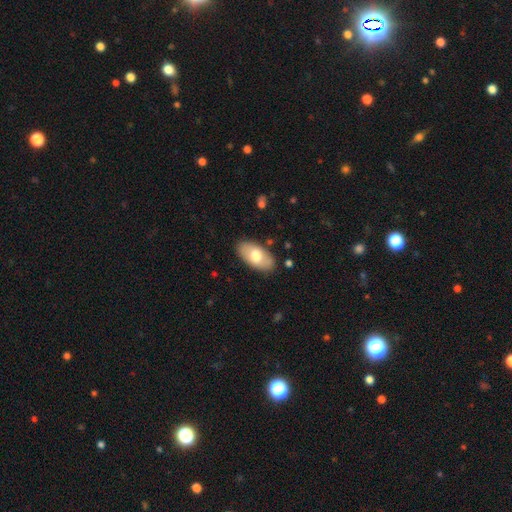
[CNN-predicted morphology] Smooth or featured? smooth (68%)
How rounded? in between (94%)
Merging? none (86%)